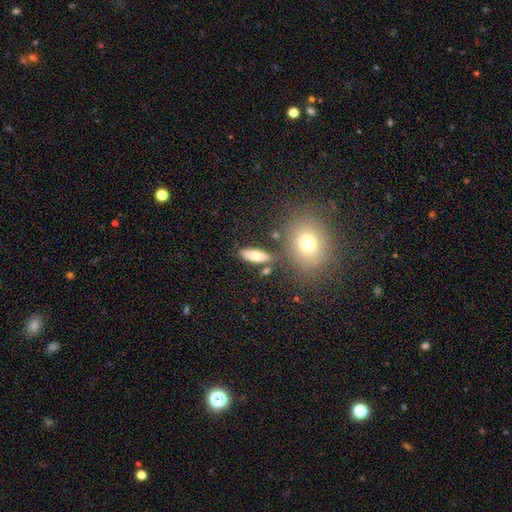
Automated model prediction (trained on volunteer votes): smooth-or-featured: smooth: 75% | featured or disk: 17% | star or artifact: 8%
  how-rounded: in between: 68% | cigar-shaped: 27% | round: 5%
  merging: none: 76% | minor disturbance: 11% | merger: 8% | major disturbance: 4%